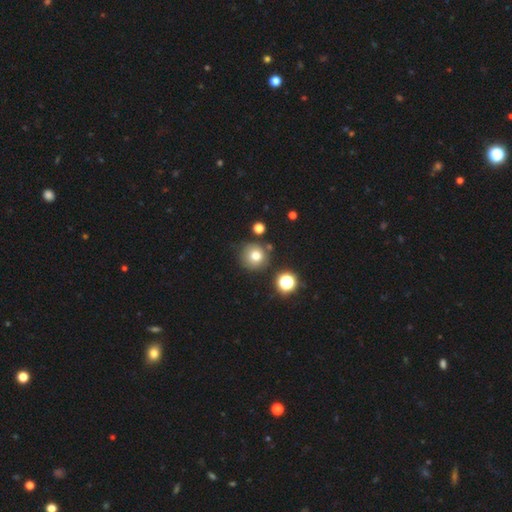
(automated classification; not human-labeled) Smooth or featured? Predicted: smooth (p=0.75). How rounded? Predicted: round (p=0.93). Merging? Predicted: none (p=0.80).